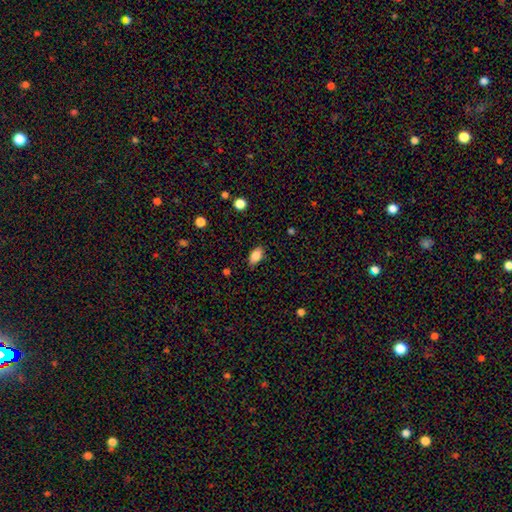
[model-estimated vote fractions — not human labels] Smooth or featured? Predicted: smooth (p=0.86). How rounded? Predicted: in between (p=0.90). Merging? Predicted: none (p=0.85).